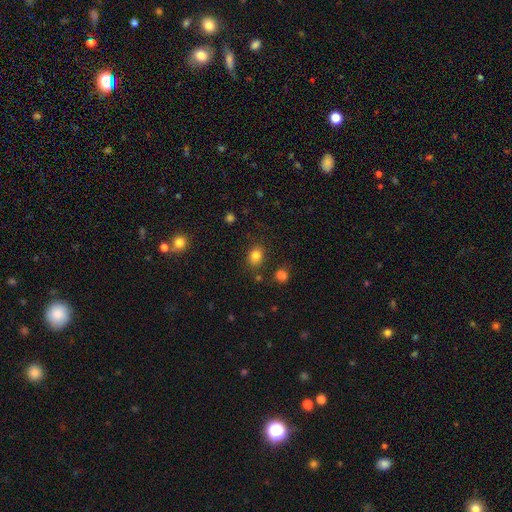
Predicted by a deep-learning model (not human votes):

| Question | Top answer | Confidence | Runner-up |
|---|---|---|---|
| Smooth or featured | smooth | 83% | star or artifact (12%) |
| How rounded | in between | 55% | round (44%) |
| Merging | none | 81% | minor disturbance (11%) |